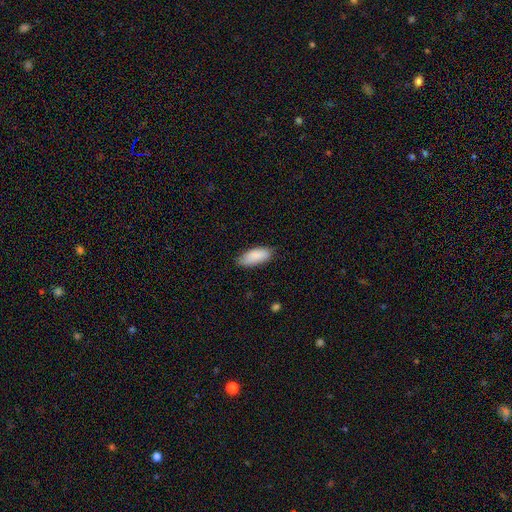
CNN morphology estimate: Smooth or featured? Predicted: smooth (p=0.89). How rounded? Predicted: in between (p=0.81). Merging? Predicted: none (p=0.82).